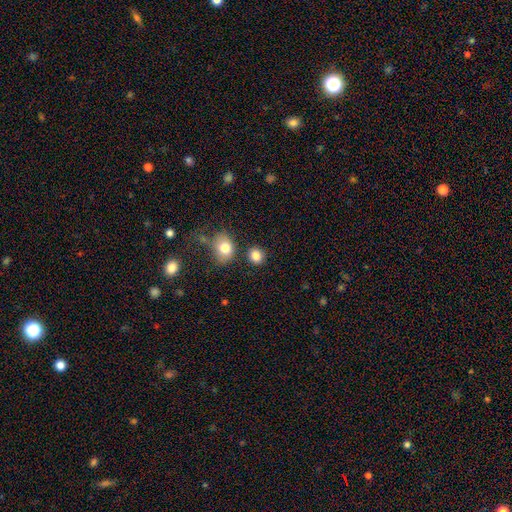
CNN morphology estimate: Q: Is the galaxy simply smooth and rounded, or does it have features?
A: smooth — 83%.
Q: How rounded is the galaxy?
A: round — 64%.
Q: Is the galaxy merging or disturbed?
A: none — 78%.